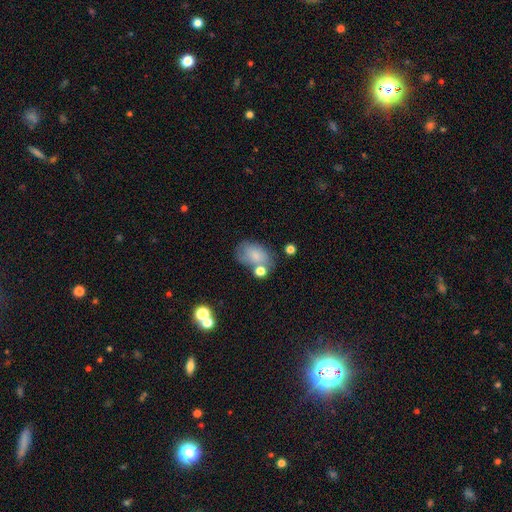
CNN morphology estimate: Smooth or featured: smooth — 75% (featured or disk — 15%)
How rounded: in between — 81% (round — 18%)
Merging: none — 47% (minor disturbance — 23%)